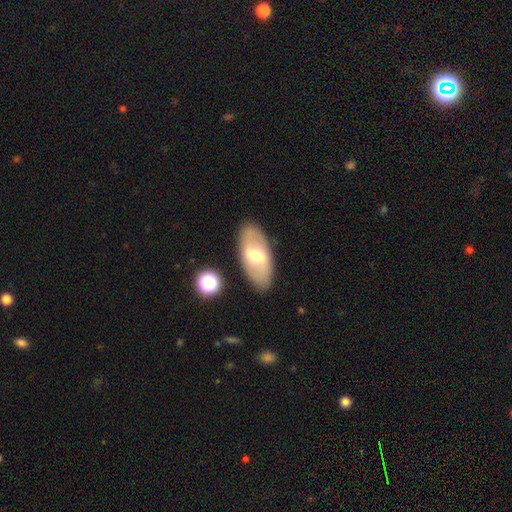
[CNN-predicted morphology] This is possibly a featured or disk galaxy (52%). It is clearly not viewed edge-on (87%). Merging: clearly none (86%).